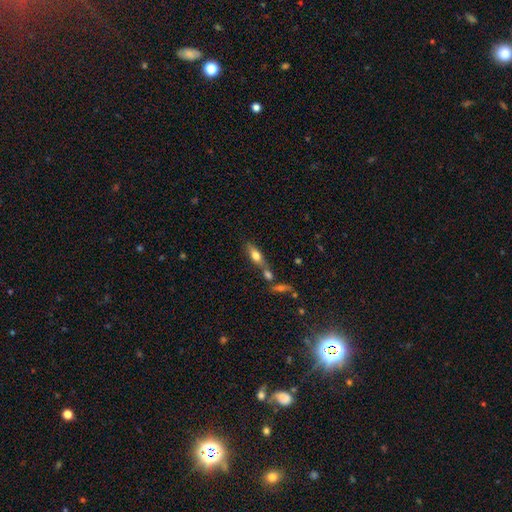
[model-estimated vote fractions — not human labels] This appears to be a smooth galaxy with no disk features (66%) that is in between round and cigar-shaped (65%). Merging: none (44%).